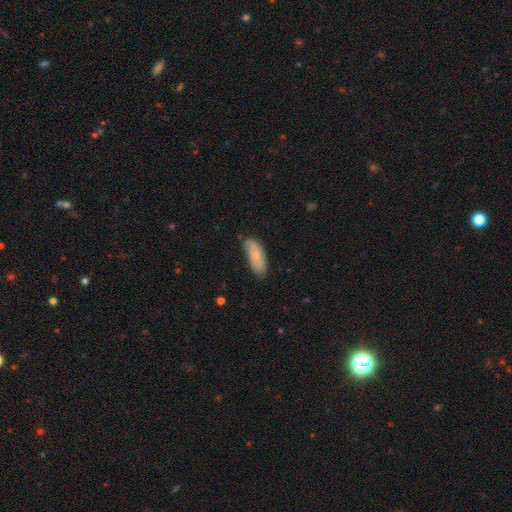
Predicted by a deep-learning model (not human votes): Smooth or featured? Predicted: smooth (p=0.70). How rounded? Predicted: in between (p=0.75). Merging? Predicted: none (p=0.68).